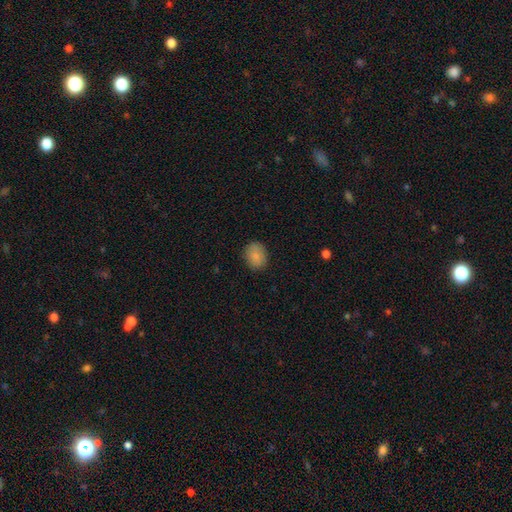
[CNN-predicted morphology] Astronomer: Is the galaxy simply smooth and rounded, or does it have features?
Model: smooth — 86%.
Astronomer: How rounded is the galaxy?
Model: round — 51% (runner-up: in between, 48%).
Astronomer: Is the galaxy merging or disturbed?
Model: none — 85%.